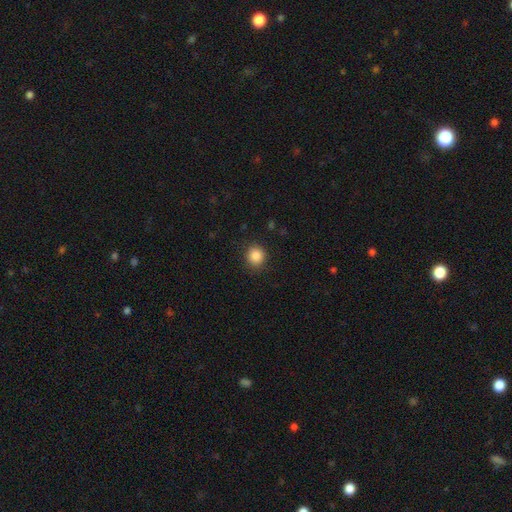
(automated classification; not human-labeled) smooth-or-featured: smooth: 86% | star or artifact: 10% | featured or disk: 4%
  how-rounded: round: 87% | in between: 12% | cigar-shaped: 1%
  merging: none: 88% | minor disturbance: 8% | major disturbance: 3% | merger: 1%